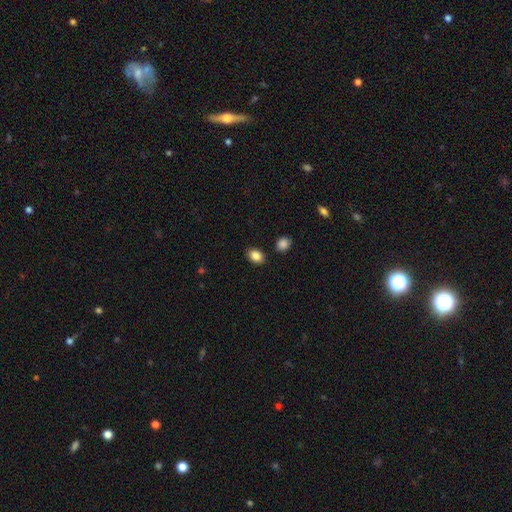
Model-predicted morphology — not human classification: smooth_or_featured: smooth (p=0.87) [alt: star or artifact p=0.09]
how_rounded: in between (p=0.73) [alt: round p=0.25]
merging: none (p=0.85) [alt: minor disturbance p=0.09]